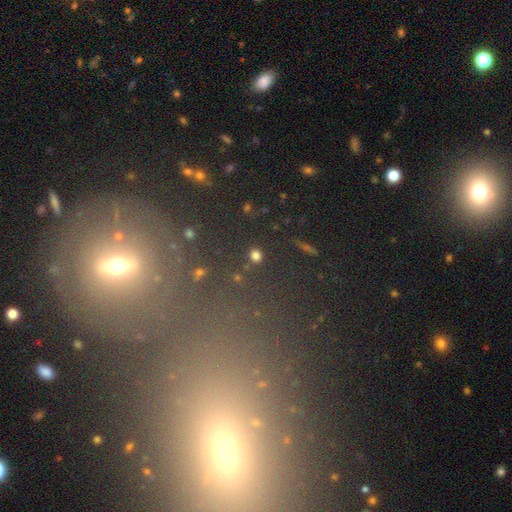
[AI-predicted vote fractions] smooth-or-featured: smooth: 79% | star or artifact: 16% | featured or disk: 5%
  how-rounded: round: 88% | in between: 10% | cigar-shaped: 2%
  merging: none: 88% | minor disturbance: 6% | merger: 3% | major disturbance: 2%